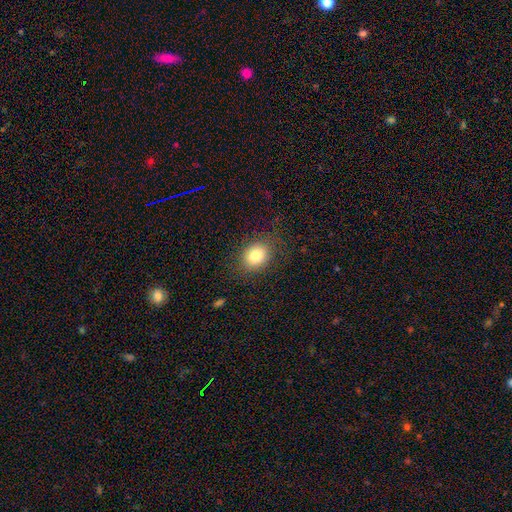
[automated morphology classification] This appears to be a smooth galaxy with no disk features (80%) that is round (57%). Merging: none (82%).